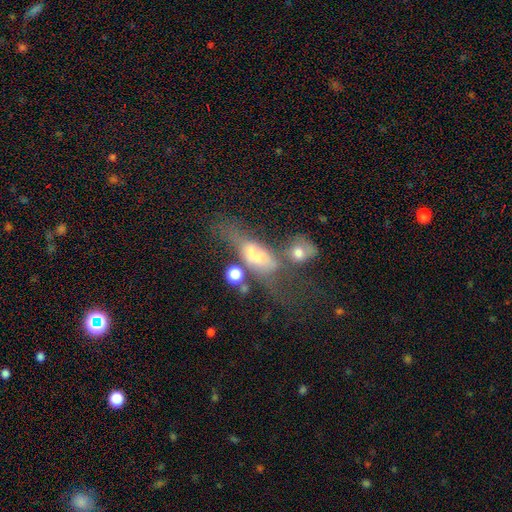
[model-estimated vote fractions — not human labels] Morphology: type=smooth (44%); merging=merger (46%).